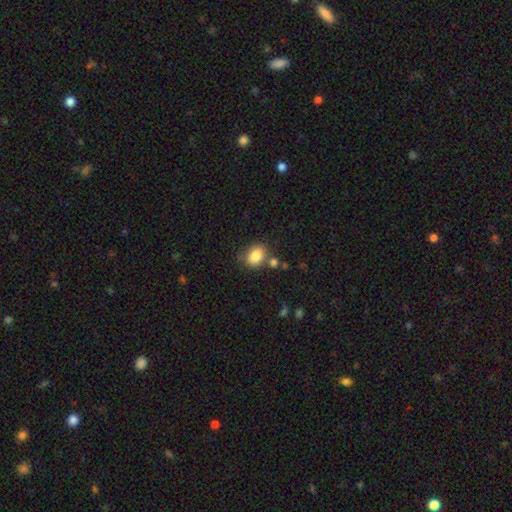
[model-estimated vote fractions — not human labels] Smooth or featured: smooth — 84% (star or artifact — 9%)
How rounded: in between — 58% (round — 41%)
Merging: none — 67% (minor disturbance — 16%)